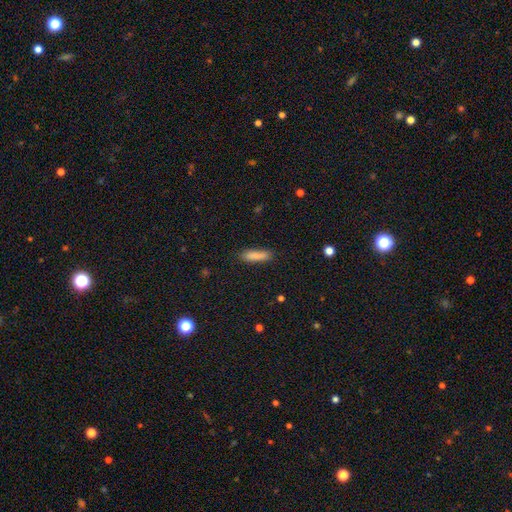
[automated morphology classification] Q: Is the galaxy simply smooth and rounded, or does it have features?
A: smooth — 86%.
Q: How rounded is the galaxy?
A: cigar-shaped — 68%.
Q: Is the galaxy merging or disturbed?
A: none — 82%.